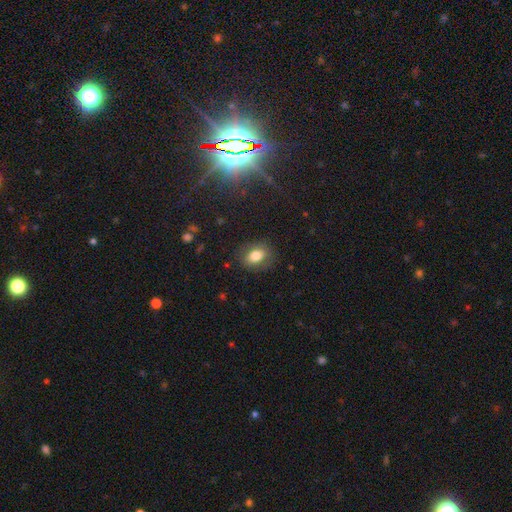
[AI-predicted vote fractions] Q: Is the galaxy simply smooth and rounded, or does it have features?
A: smooth — 76%.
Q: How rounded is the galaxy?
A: in between — 77%.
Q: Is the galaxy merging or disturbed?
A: none — 81%.